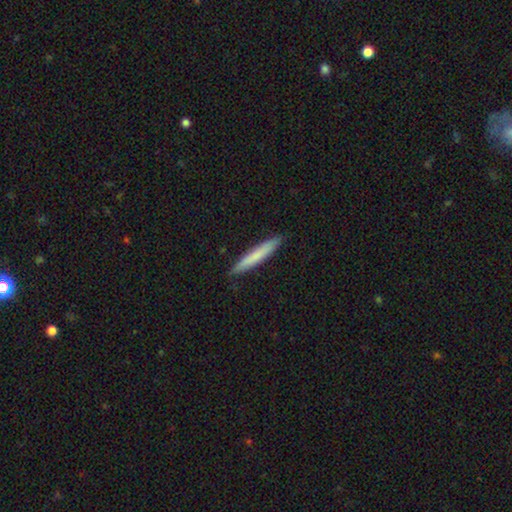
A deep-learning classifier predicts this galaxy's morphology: This is likely a smooth galaxy (74%). How rounded: clearly cigar-shaped (95%). Merging: clearly none (90%).